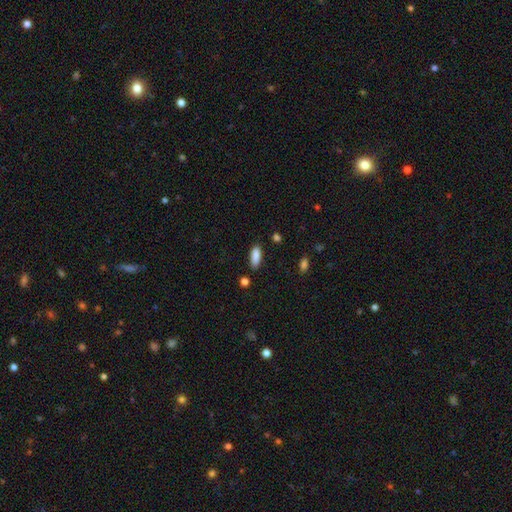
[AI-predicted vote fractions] smooth-or-featured: smooth: 88% | star or artifact: 7% | featured or disk: 5%
  how-rounded: in between: 66% | cigar-shaped: 32% | round: 2%
  merging: none: 84% | minor disturbance: 12% | major disturbance: 2% | merger: 2%